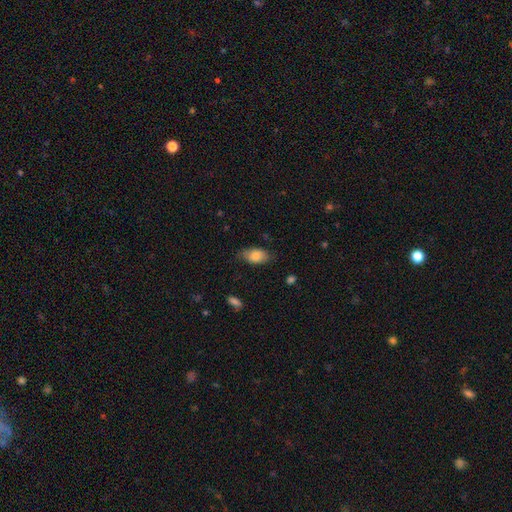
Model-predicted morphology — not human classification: This is clearly a smooth galaxy (80%). How rounded: clearly in between (91%). Merging: likely none (70%).